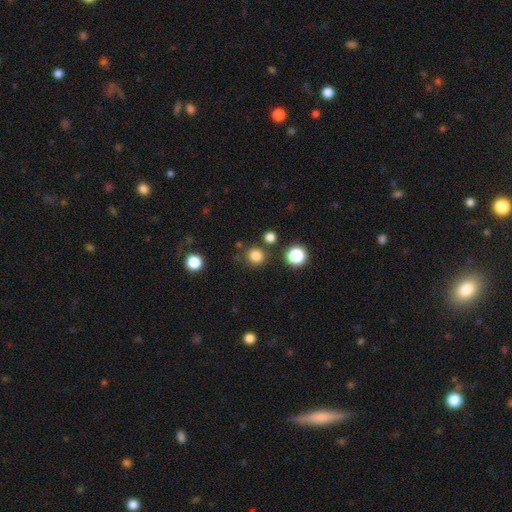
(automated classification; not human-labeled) smooth 81%, star or artifact 15%, featured or disk 4%. Down the decision tree: how rounded — round (89%); merging — none (82%).